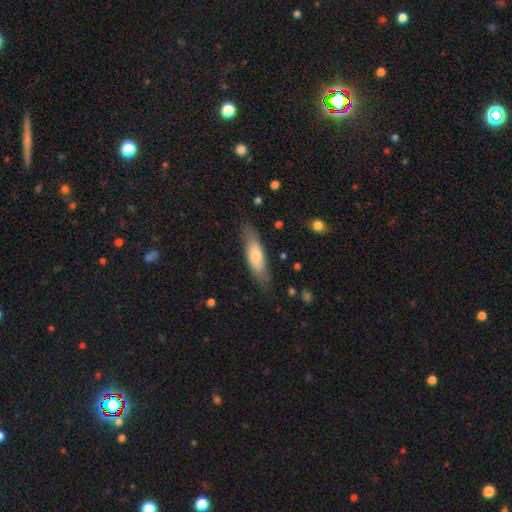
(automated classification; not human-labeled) Overall: smooth (70%). How rounded: cigar-shaped (53%; in between 45%). Merging: none (78%).